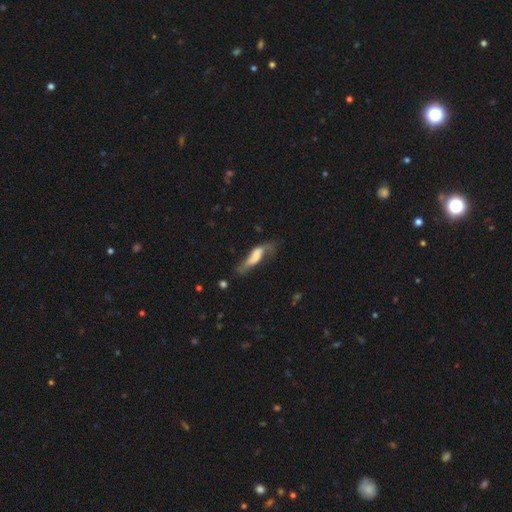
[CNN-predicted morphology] Smooth or featured: smooth — 49% (featured or disk — 43%)
Merging: none — 35% (major disturbance — 31%)